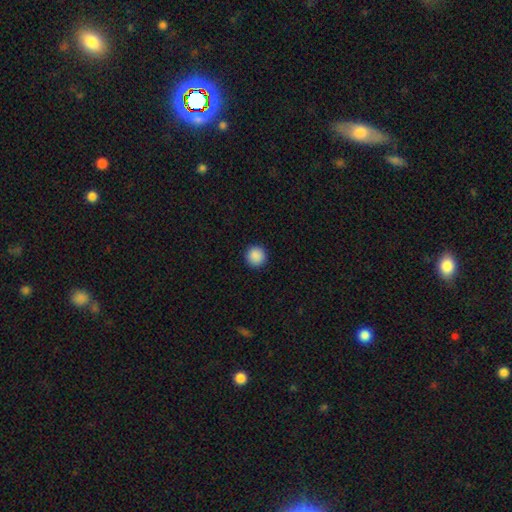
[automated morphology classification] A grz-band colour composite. It shows a smooth galaxy with no disk features (89%) that is round (96%). Merging: none (93%).